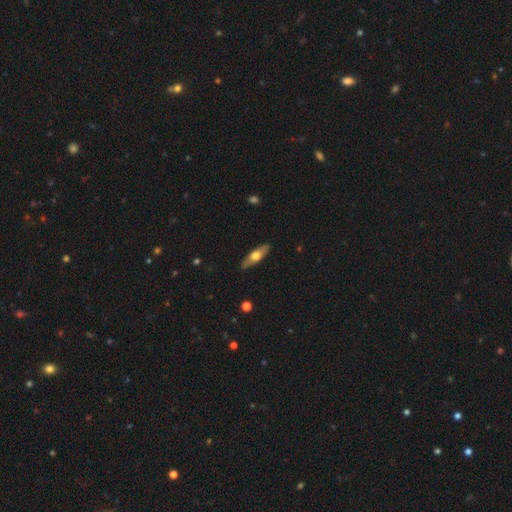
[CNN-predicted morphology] This appears to be a smooth galaxy with no disk features (49%). Merging: none (87%).